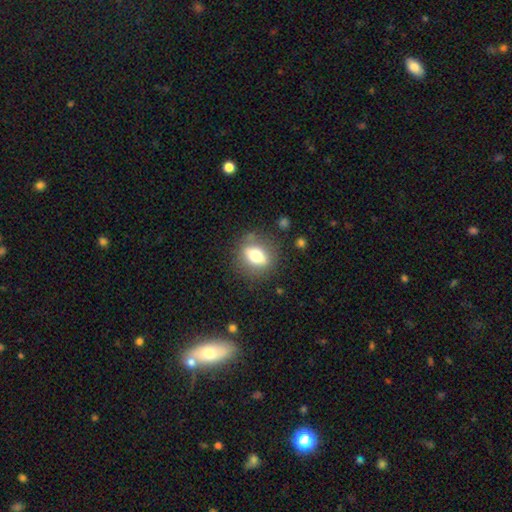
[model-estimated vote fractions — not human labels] smooth 64%, featured or disk 27%, star or artifact 9%. Down the decision tree: how rounded — in between (53%); merging — none (81%).